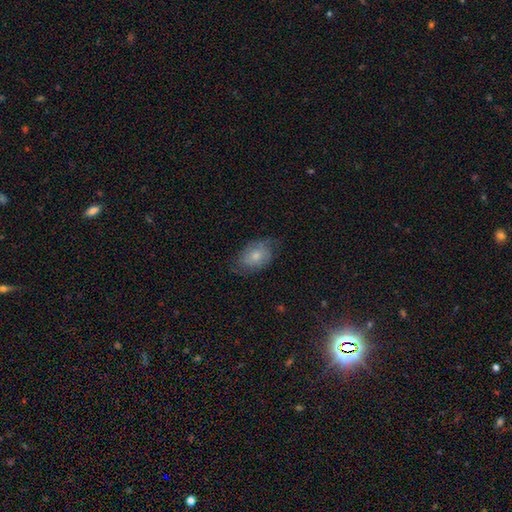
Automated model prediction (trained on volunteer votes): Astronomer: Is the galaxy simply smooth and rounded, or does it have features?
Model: smooth — 57% (runner-up: featured or disk, 35%).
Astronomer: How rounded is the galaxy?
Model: in between — 83%.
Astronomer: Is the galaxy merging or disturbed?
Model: none — 62%.